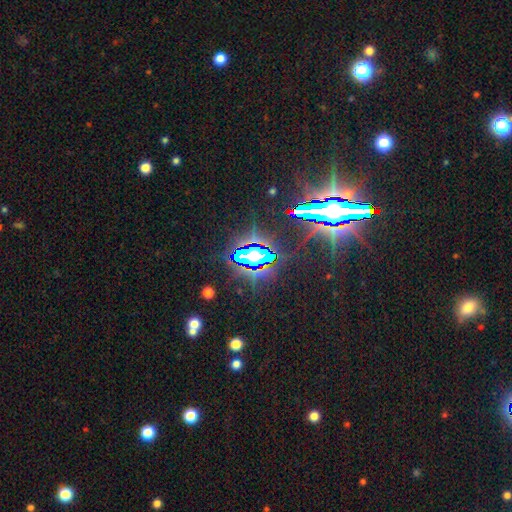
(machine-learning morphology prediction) type=star or artifact (70%).